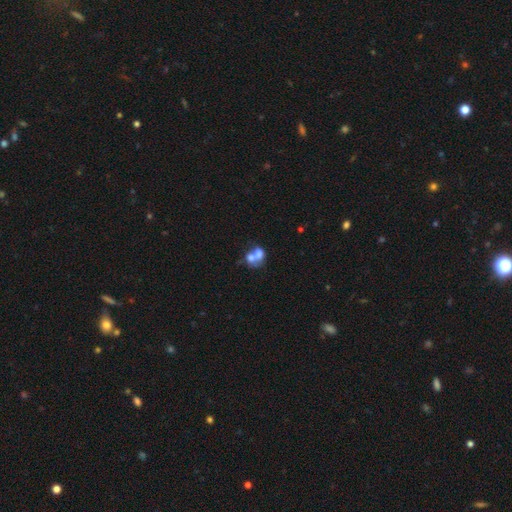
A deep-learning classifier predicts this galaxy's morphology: The model was most divided on "how rounded": in between: 60%, round: 38%, cigar-shaped: 2%. More confident: merging — merger (69%); smooth or featured — smooth (58%).